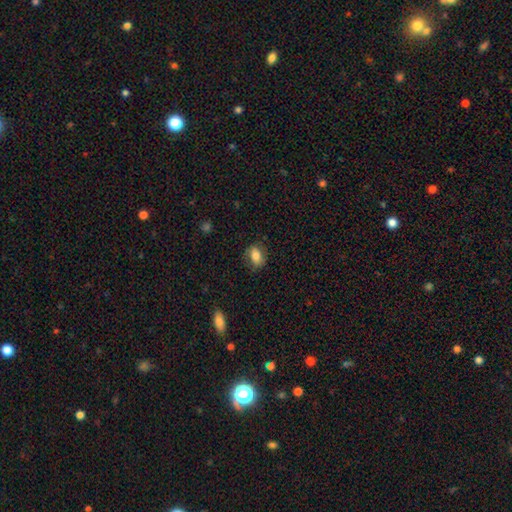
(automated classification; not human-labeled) Smooth or featured? smooth (79%)
How rounded? in between (73%)
Merging? none (76%)